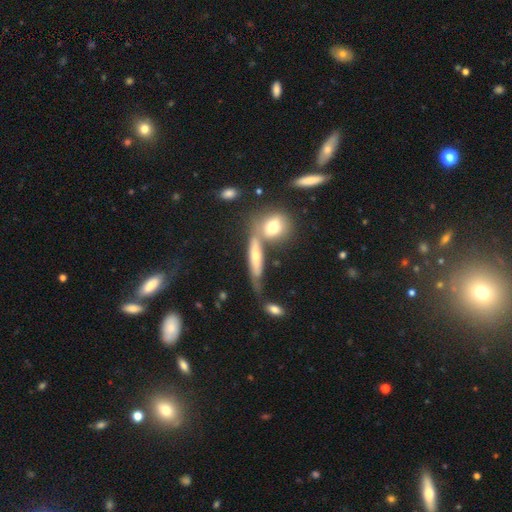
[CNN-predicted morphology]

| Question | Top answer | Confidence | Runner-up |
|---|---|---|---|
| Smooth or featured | featured or disk | 49% | smooth (40%) |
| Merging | none | 45% | merger (27%) |